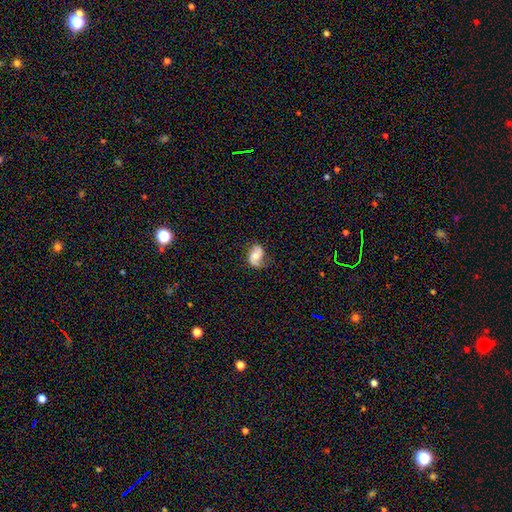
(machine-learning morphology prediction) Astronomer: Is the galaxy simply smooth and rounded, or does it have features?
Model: featured or disk — 53% (runner-up: smooth, 40%).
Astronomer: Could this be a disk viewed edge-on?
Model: no — 97%.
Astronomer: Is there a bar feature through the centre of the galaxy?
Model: no — 64%.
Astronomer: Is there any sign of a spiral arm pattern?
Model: yes — 85%.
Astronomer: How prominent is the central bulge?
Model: moderate — 64%.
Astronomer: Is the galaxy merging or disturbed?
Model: none — 62%.